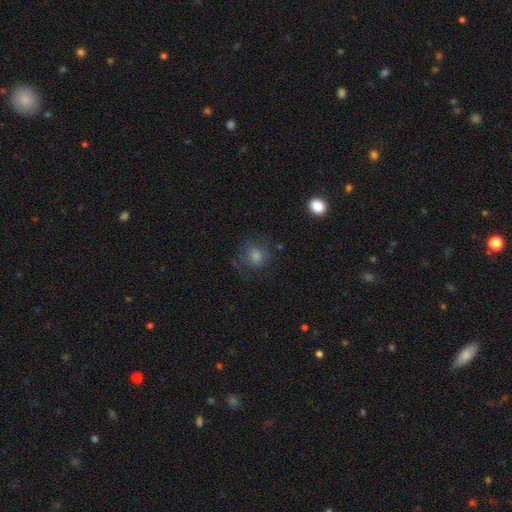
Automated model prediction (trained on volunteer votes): A smooth galaxy with no disk features (65%) that is round (77%).

Vote fractions:
- Smooth or featured? smooth: 65% / star or artifact: 18% / featured or disk: 17%
- How rounded? round: 77% / in between: 22% / cigar-shaped: 1%
- Merging? none: 69% / minor disturbance: 18% / major disturbance: 12% / merger: 2%